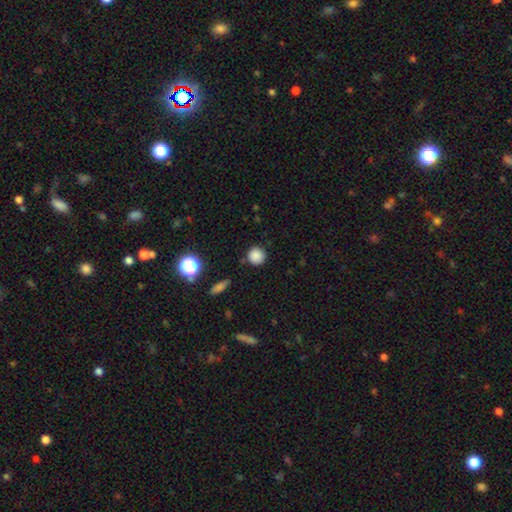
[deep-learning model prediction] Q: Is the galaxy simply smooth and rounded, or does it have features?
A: smooth — 84%.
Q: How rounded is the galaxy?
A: round — 92%.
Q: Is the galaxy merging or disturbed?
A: none — 85%.